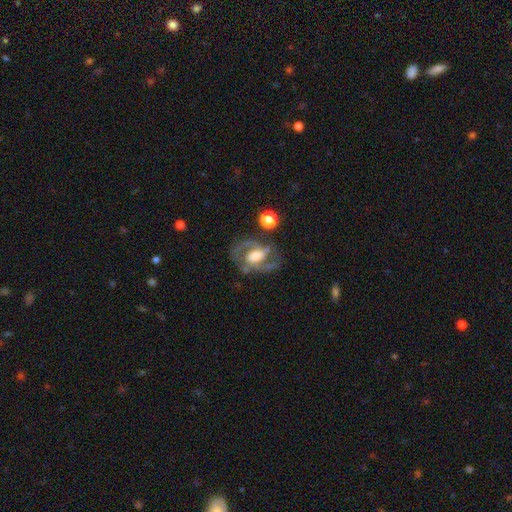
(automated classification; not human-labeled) The model was most divided on "bar": weak: 43%, no: 31%, strong: 25%. More confident: edge-on disk — no (97%); spiral arms — yes (91%); spiral arm count — 2 (88%); smooth or featured — featured or disk (83%); merging — none (68%); spiral winding — medium (60%); bulge size — moderate (51%).